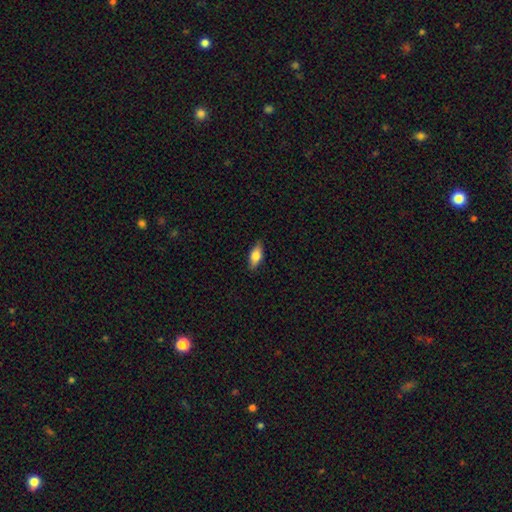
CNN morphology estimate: Smooth or featured? Predicted: smooth (p=0.71). How rounded? Predicted: in between (p=0.80). Merging? Predicted: none (p=0.85).